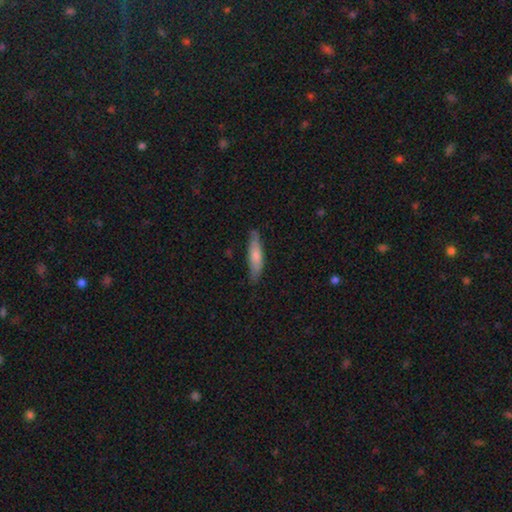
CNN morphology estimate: This appears to be a smooth galaxy with no disk features (69%) that is cigar-shaped (74%). Merging: none (78%).